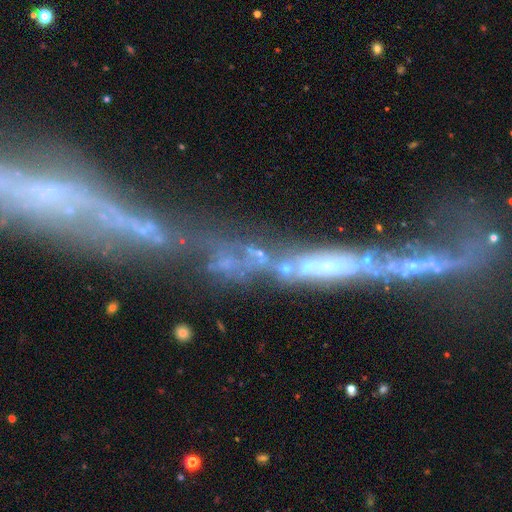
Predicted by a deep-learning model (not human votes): This appears to be a featured or disk galaxy (50%). Merging: merger (42%).